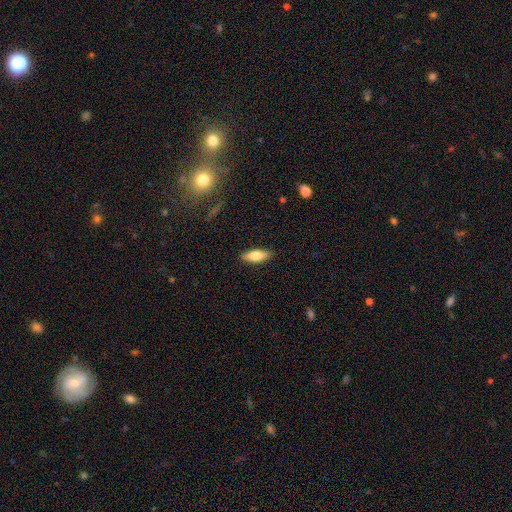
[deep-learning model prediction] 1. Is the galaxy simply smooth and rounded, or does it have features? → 77% smooth, 17% featured or disk, 6% star or artifact.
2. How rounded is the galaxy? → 68% in between, 30% cigar-shaped, 2% round.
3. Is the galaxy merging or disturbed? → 89% none, 8% minor disturbance, 2% major disturbance, 1% merger.